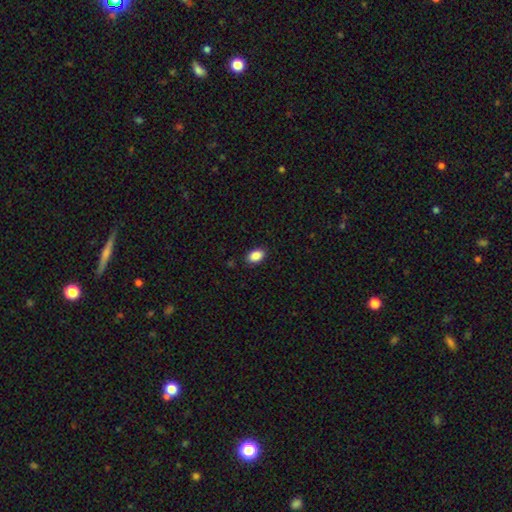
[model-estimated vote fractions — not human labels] Q: Smooth or featured?
A: smooth (89%); runner-up: star or artifact (8%)
Q: How rounded?
A: in between (88%); runner-up: round (10%)
Q: Merging?
A: none (87%); runner-up: minor disturbance (9%)